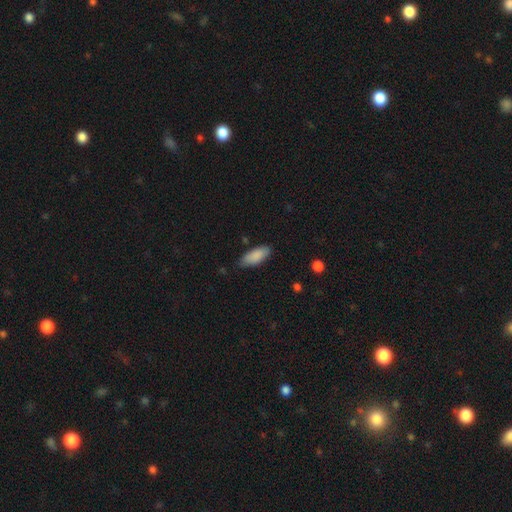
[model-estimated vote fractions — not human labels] Smooth or featured? smooth (87%)
How rounded? in between (79%)
Merging? none (76%)